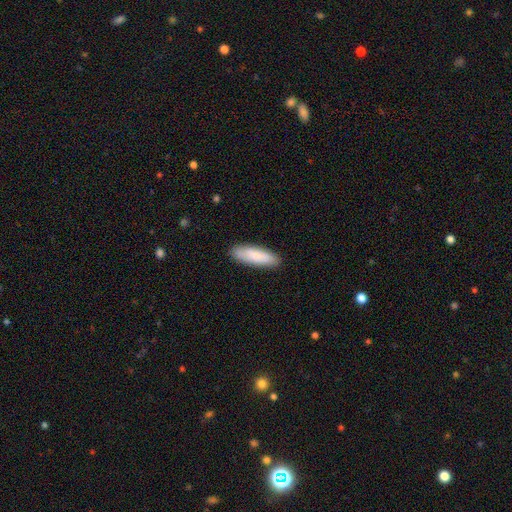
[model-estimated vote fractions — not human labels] smooth-or-featured: smooth: 83% | featured or disk: 11% | star or artifact: 5%
  how-rounded: cigar-shaped: 57% | in between: 42% | round: 1%
  merging: none: 88% | minor disturbance: 9% | major disturbance: 2% | merger: 1%